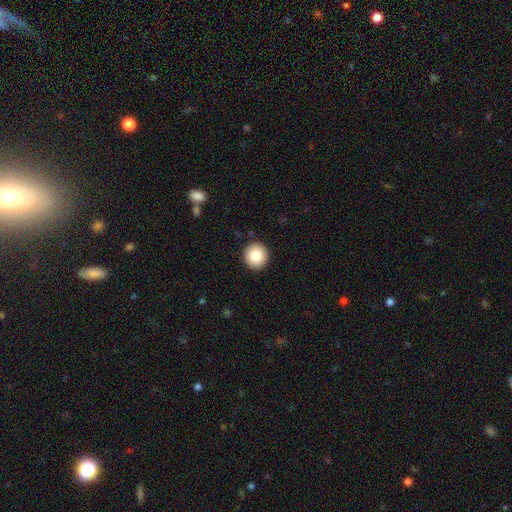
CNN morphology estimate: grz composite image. It shows a smooth galaxy with no disk features (85%) that is round (94%). Merging: none (92%).